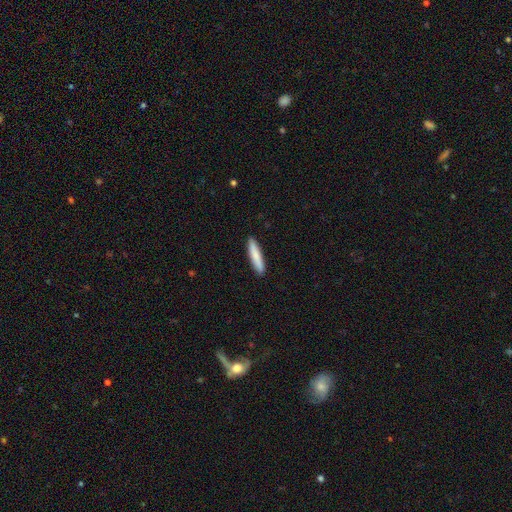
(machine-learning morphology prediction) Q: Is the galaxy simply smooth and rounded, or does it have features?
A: smooth — 81%.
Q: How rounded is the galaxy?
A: cigar-shaped — 89%.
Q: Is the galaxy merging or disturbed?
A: none — 91%.